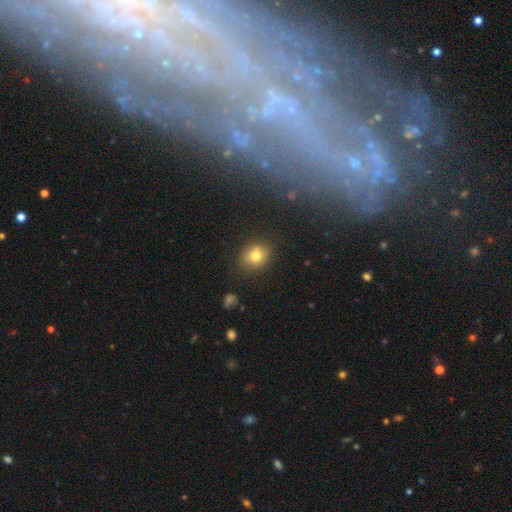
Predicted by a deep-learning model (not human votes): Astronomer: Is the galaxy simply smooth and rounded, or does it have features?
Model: smooth — 76%.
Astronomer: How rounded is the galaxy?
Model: round — 68%.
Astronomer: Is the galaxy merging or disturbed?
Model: none — 80%.